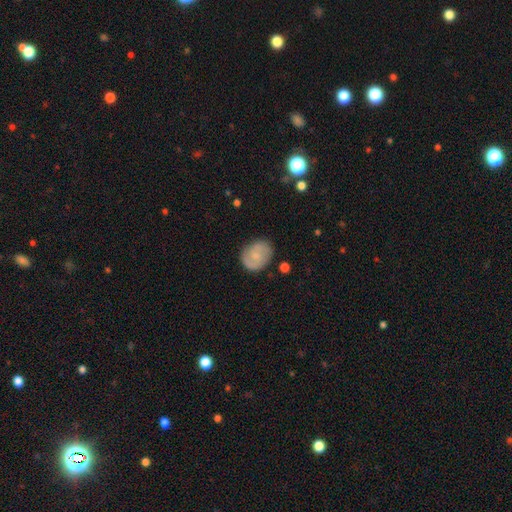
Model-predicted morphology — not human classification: Smooth or featured: smooth — 50% (featured or disk — 42%)
How rounded: in between — 54% (round — 45%)
Merging: none — 78% (minor disturbance — 16%)